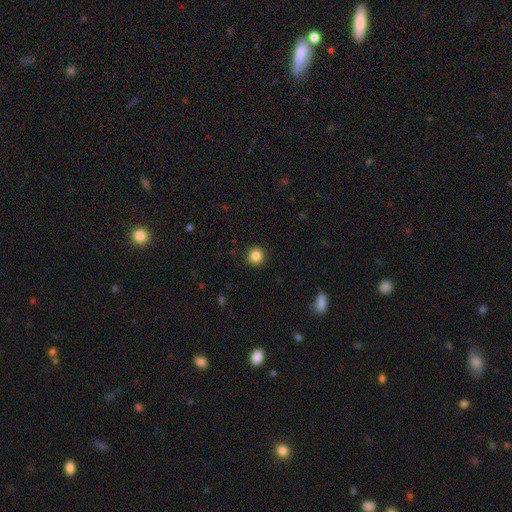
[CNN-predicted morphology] This appears to be a smooth galaxy with no disk features (86%) that is round (93%). Merging: none (92%).